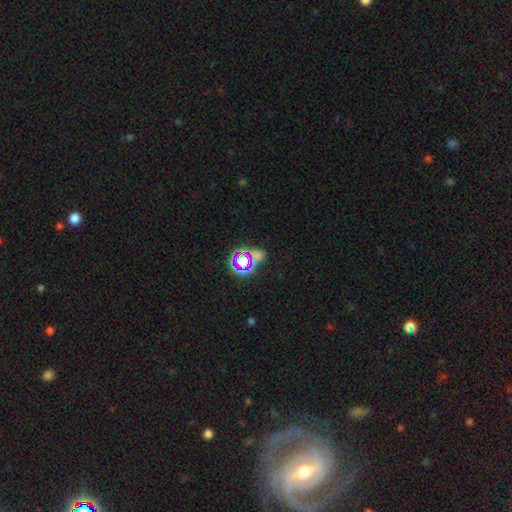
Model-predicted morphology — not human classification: star or artifact 67%, smooth 22%, featured or disk 11%.